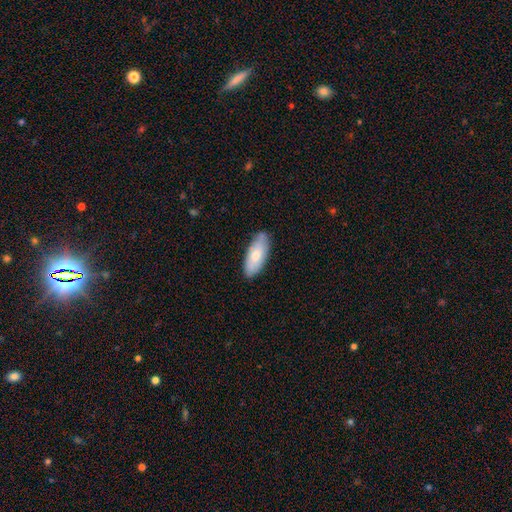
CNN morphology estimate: type=smooth (74%); roundness=in between (80%); merging=none (81%).